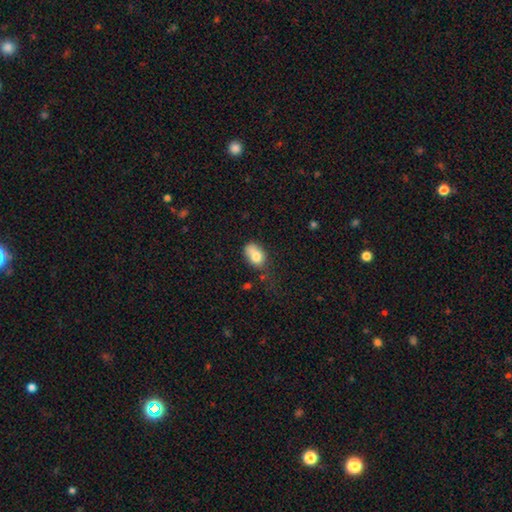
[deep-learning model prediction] Smooth or featured? Predicted: smooth (p=0.77). How rounded? Predicted: in between (p=0.79). Merging? Predicted: none (p=0.40).